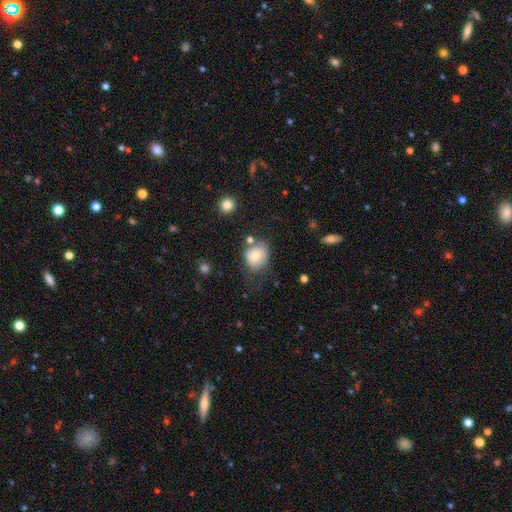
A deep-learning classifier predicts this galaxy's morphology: Q: Smooth or featured?
A: smooth (68%); runner-up: featured or disk (23%)
Q: How rounded?
A: round (61%); runner-up: in between (39%)
Q: Merging?
A: none (57%); runner-up: minor disturbance (24%)